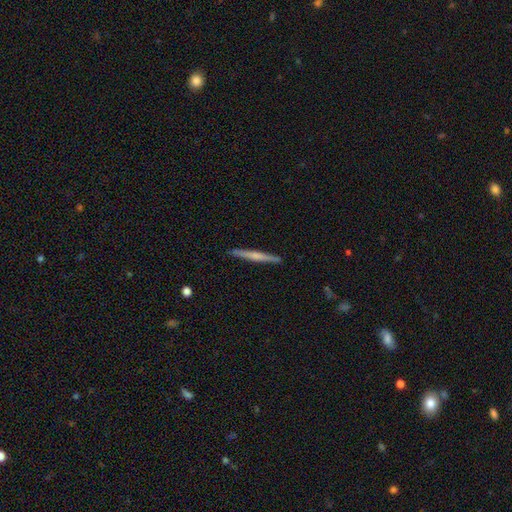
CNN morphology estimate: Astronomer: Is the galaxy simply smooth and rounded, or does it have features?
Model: featured or disk — 55% (runner-up: smooth, 39%).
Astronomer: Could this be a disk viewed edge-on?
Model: yes — 98%.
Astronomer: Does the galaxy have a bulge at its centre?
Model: rounded — 51% (runner-up: none, 38%).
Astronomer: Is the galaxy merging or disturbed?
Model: none — 92%.